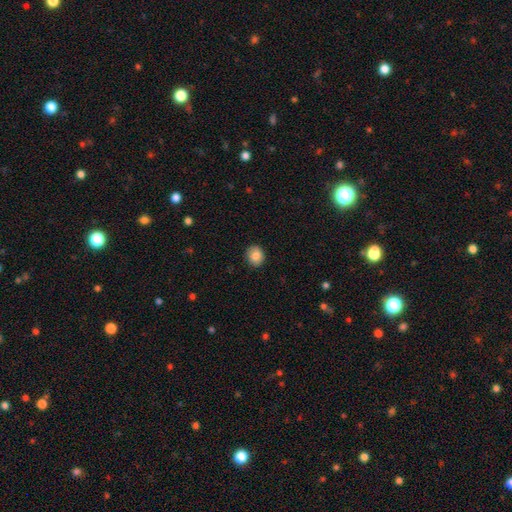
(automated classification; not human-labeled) Smooth or featured? smooth (84%)
How rounded? round (73%)
Merging? none (89%)